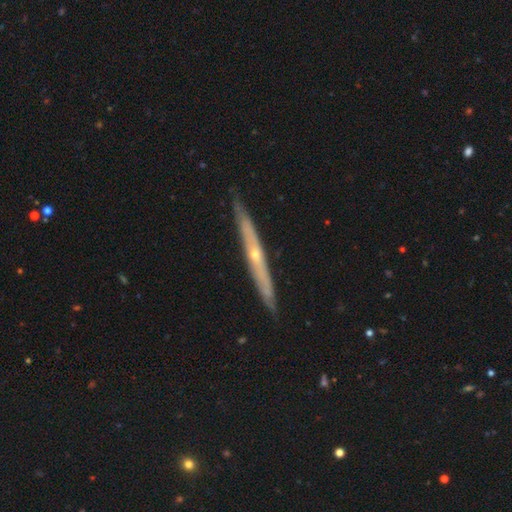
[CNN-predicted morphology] This is likely a featured or disk galaxy (74%). It is clearly viewed edge-on (93%). Edge-on bulge: likely rounded (66%). Merging: clearly none (88%).